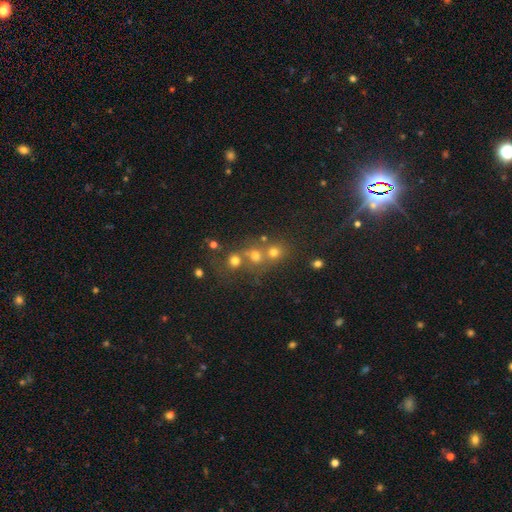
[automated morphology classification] Overall: smooth (64%). How rounded: round (83%). Merging: none (48%; merger 40%).